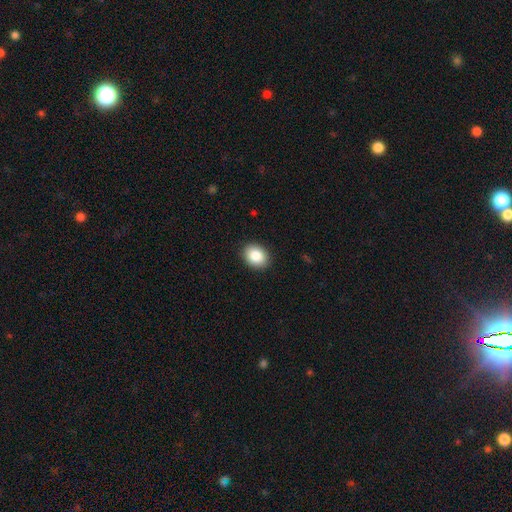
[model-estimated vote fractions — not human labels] Smooth or featured? Predicted: smooth (p=0.86). How rounded? Predicted: in between (p=0.57). Merging? Predicted: none (p=0.90).